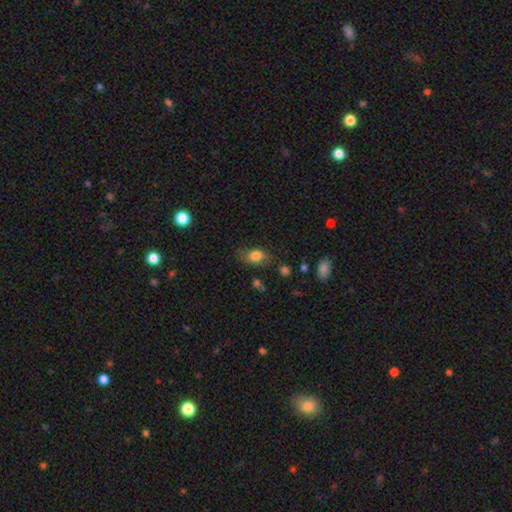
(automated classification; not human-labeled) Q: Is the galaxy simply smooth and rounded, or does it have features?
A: smooth — 79%.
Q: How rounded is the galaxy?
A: in between — 86%.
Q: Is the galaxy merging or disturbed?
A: none — 65%.